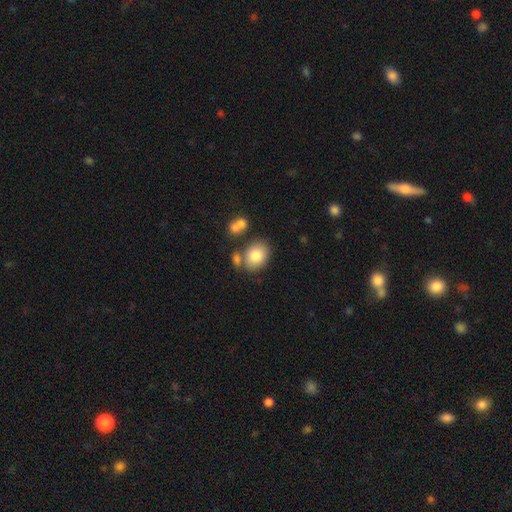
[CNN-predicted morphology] smooth_or_featured: smooth (p=0.81) [alt: featured or disk p=0.11]
how_rounded: in between (p=0.57) [alt: round p=0.42]
merging: none (p=0.64) [alt: merger p=0.17]